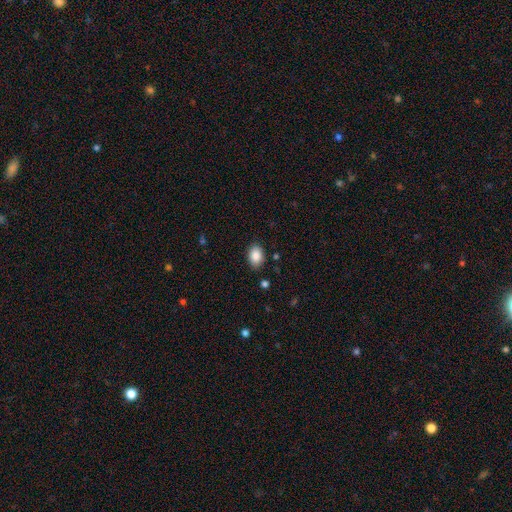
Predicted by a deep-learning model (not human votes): Overall: smooth (88%). How rounded: in between (81%). Merging: none (85%).